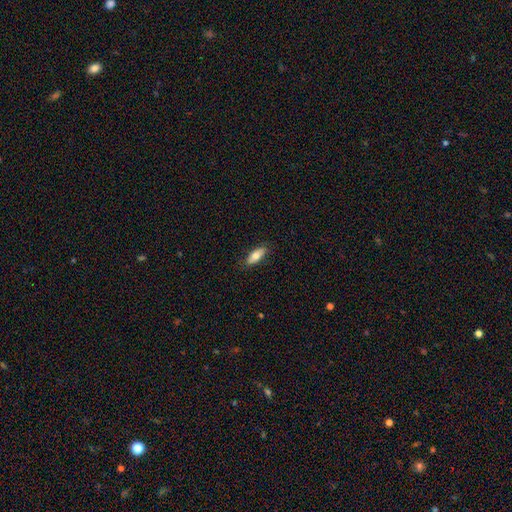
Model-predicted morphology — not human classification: This appears to be a smooth galaxy with no disk features (73%) that is in between round and cigar-shaped (68%). Merging: none (85%).